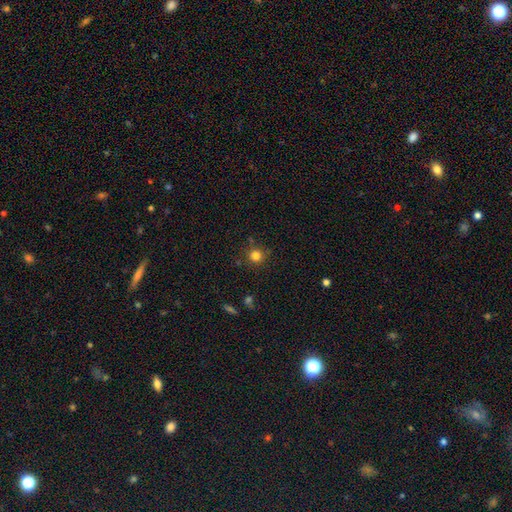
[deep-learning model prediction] This appears to be a smooth galaxy with no disk features (81%) that is round (93%). Merging: none (83%).